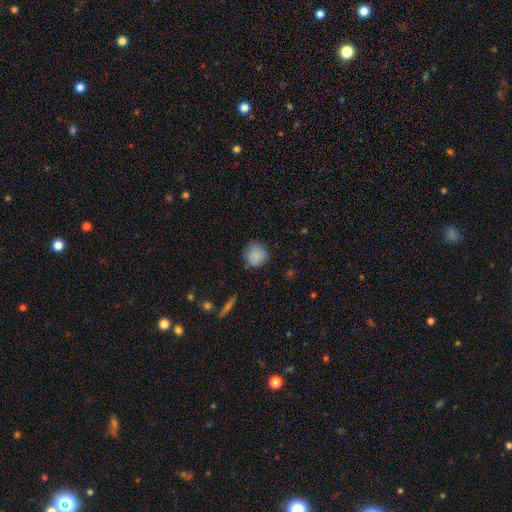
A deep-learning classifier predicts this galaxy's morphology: The model was most divided on "merging": none: 79%, minor disturbance: 16%, major disturbance: 3%, merger: 1%. More confident: how rounded — round (90%); smooth or featured — smooth (86%).